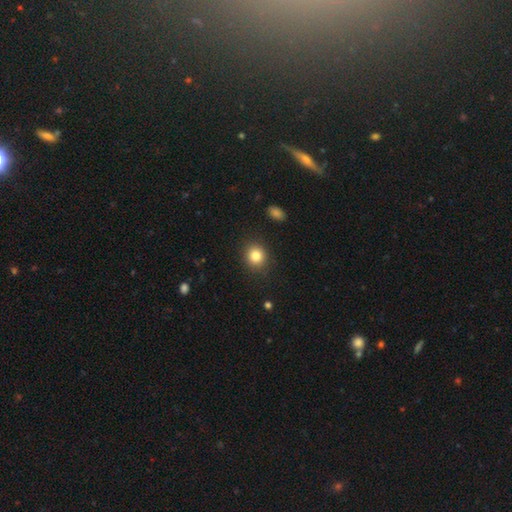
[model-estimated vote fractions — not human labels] A smooth galaxy with no disk features (83%) that is round (80%). Merging: none (88%).